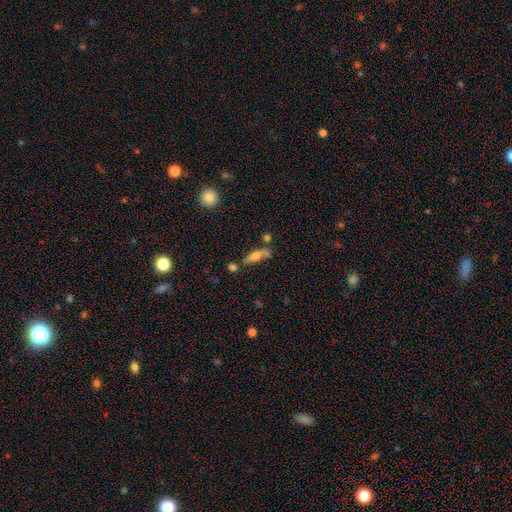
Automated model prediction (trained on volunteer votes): Morphology: type=smooth (52%); roundness=cigar-shaped (55%); merging=none (52%).